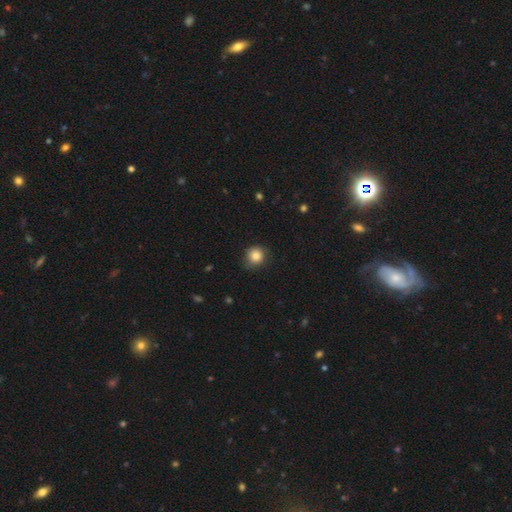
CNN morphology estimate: A smooth galaxy with no disk features (85%) that is round (89%).

Vote fractions:
- Smooth or featured? smooth: 85% / star or artifact: 10% / featured or disk: 5%
- How rounded? round: 89% / in between: 10% / cigar-shaped: 1%
- Merging? none: 79% / minor disturbance: 17% / major disturbance: 3% / merger: 1%